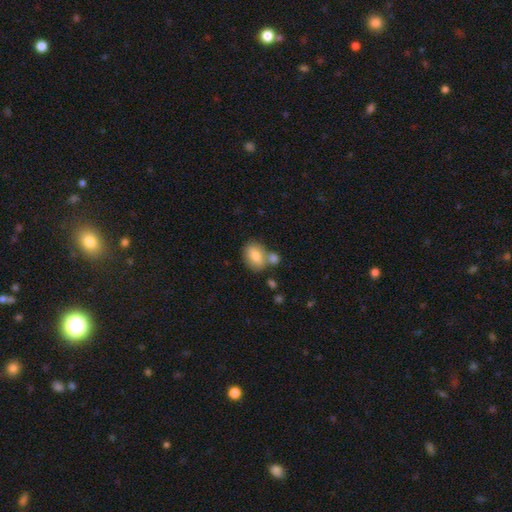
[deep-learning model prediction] The model was most divided on "merging": none: 51%, merger: 32%, minor disturbance: 13%, major disturbance: 4%. More confident: smooth or featured — smooth (78%); how rounded — in between (75%).